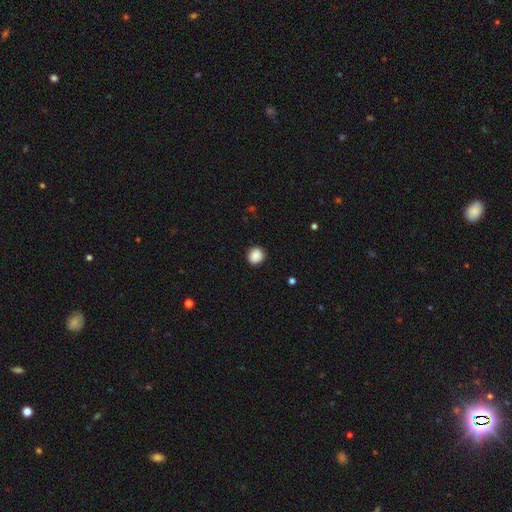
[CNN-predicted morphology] This appears to be a smooth galaxy with no disk features (88%) that is round (87%). Merging: none (89%).